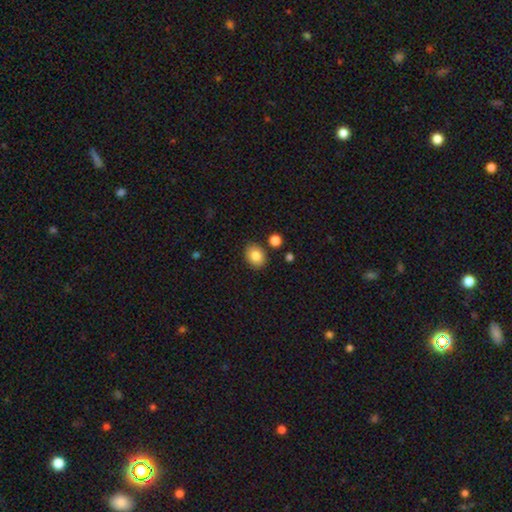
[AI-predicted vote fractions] Smooth or featured? Predicted: smooth (p=0.83). How rounded? Predicted: round (p=0.53). Merging? Predicted: none (p=0.84).